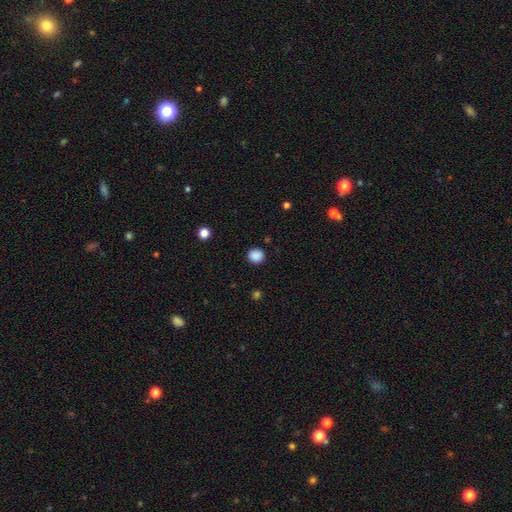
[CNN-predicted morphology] Smooth or featured? Predicted: smooth (p=0.87). How rounded? Predicted: round (p=0.88). Merging? Predicted: none (p=0.90).